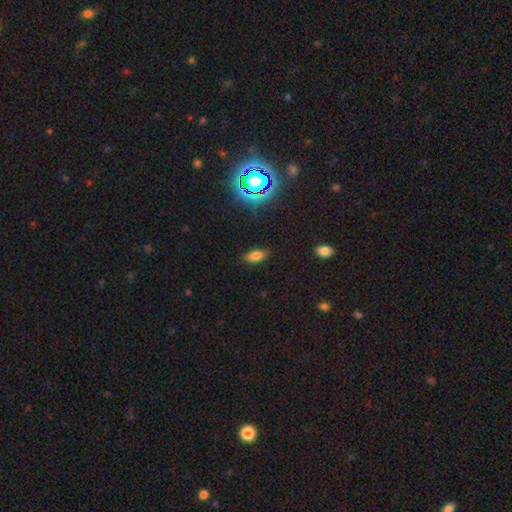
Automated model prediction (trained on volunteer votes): This appears to be a smooth galaxy with no disk features (75%) that is in between round and cigar-shaped (88%). Merging: none (85%).